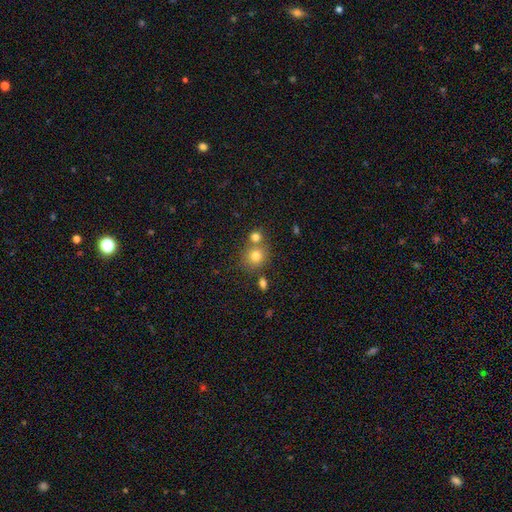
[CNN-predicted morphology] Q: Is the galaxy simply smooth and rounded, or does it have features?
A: smooth — 77%.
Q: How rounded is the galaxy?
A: round — 82%.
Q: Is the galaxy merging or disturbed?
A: none — 59%.